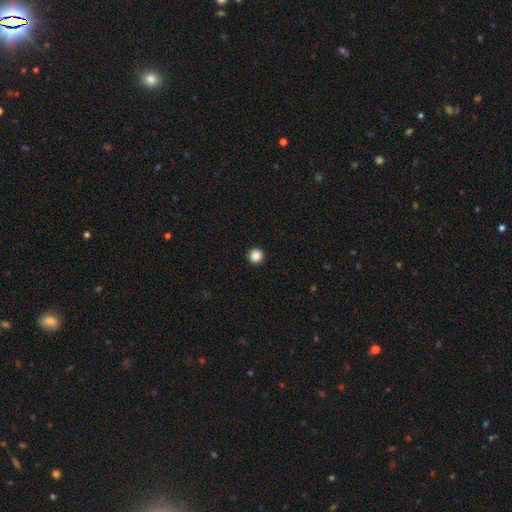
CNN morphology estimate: A smooth galaxy with no disk features (87%) that is round (97%). Merging: none (94%).